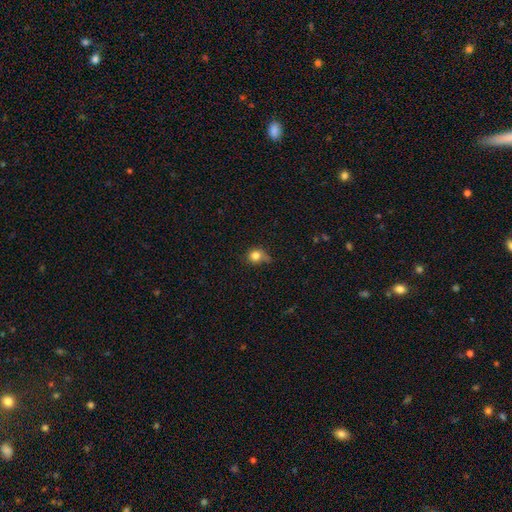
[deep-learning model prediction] A smooth galaxy with no disk features (81%) that is round (77%). Merging: none (48%).